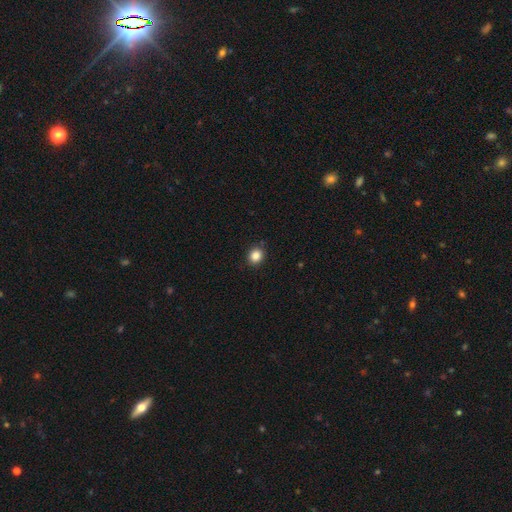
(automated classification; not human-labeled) smooth 85%, star or artifact 11%, featured or disk 4%. Down the decision tree: how rounded — round (75%); merging — none (89%).